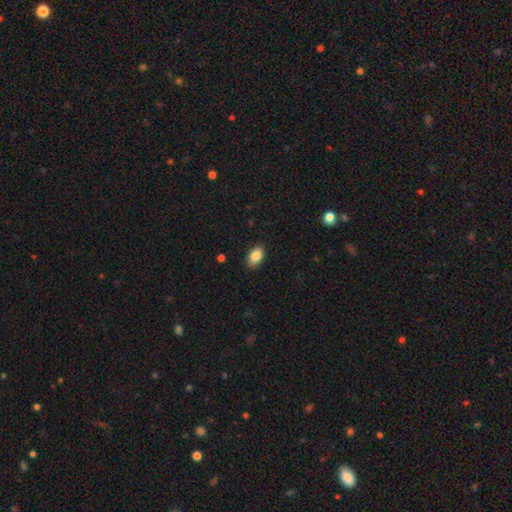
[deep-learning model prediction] smooth-or-featured: smooth: 86% | star or artifact: 8% | featured or disk: 6%
  how-rounded: in between: 92% | round: 7% | cigar-shaped: 2%
  merging: none: 87% | minor disturbance: 10% | major disturbance: 2% | merger: 1%